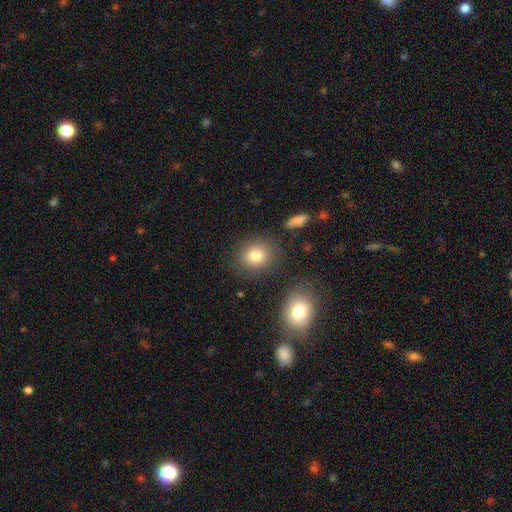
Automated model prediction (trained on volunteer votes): Smooth or featured? Predicted: smooth (p=0.81). How rounded? Predicted: round (p=0.74). Merging? Predicted: none (p=0.82).